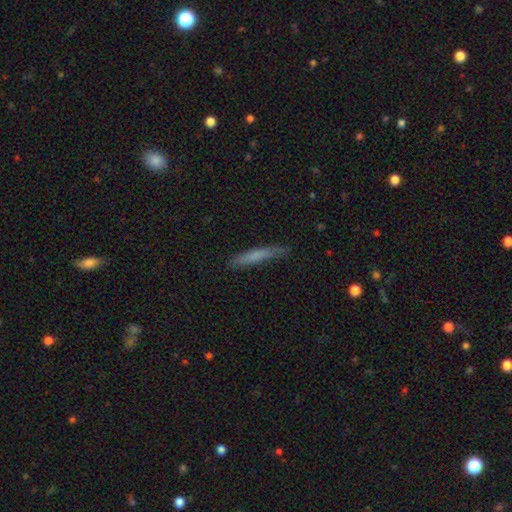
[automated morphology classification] A smooth galaxy with no disk features (67%) that is cigar-shaped (94%). Merging: none (77%).